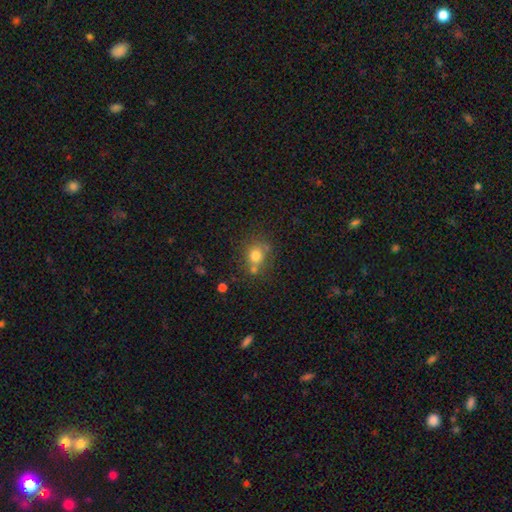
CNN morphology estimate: This is likely a smooth galaxy (75%). How rounded: likely round (76%). Merging: possibly none (55%).